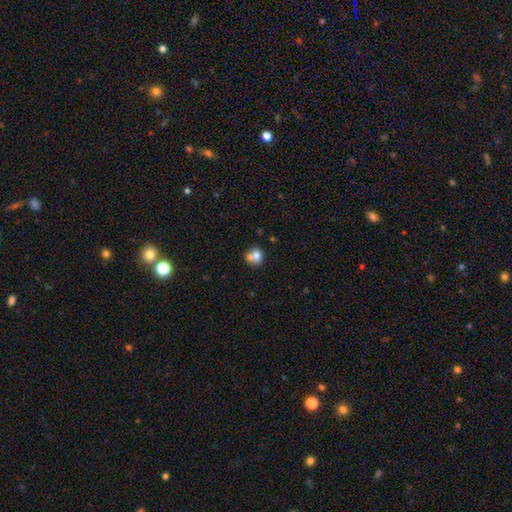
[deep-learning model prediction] Morphology: type=smooth (74%); roundness=round (72%); merging=merger (45%).